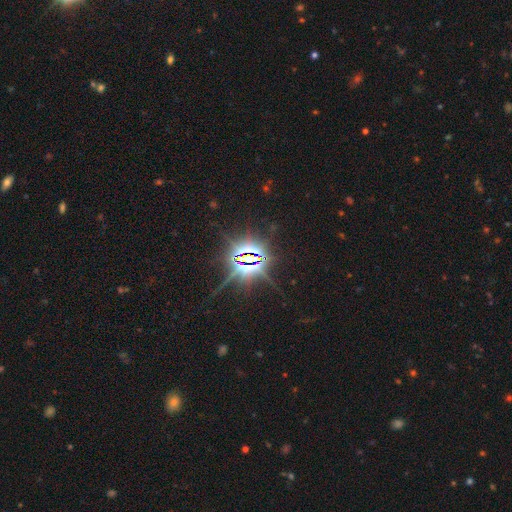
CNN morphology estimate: This is clearly a star or artifact rather than a galaxy (84%).